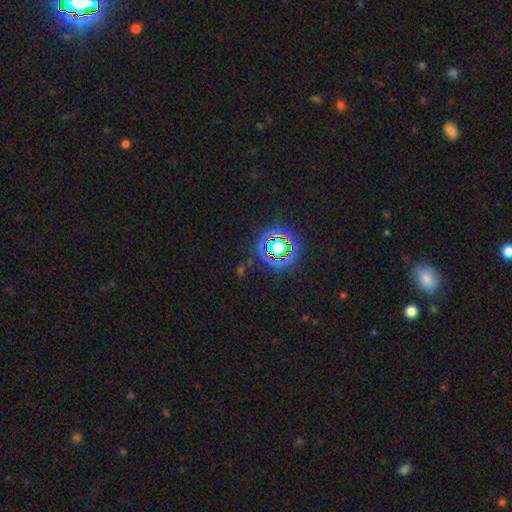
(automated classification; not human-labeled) smooth_or_featured: star or artifact (p=0.77) [alt: smooth p=0.15]